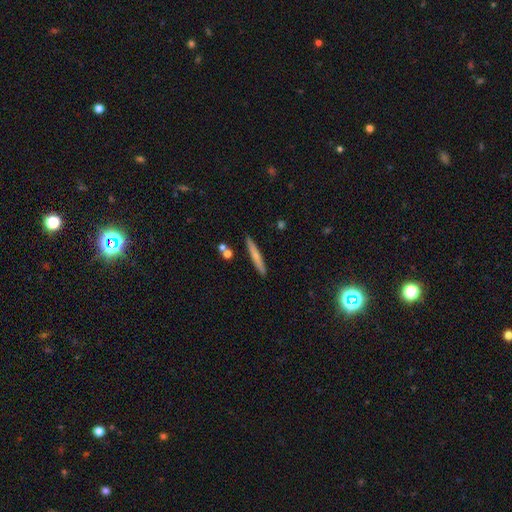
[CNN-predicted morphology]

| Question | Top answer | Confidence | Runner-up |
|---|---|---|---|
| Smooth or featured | smooth | 63% | featured or disk (31%) |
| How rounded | cigar-shaped | 95% | in between (4%) |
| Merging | none | 88% | minor disturbance (8%) |